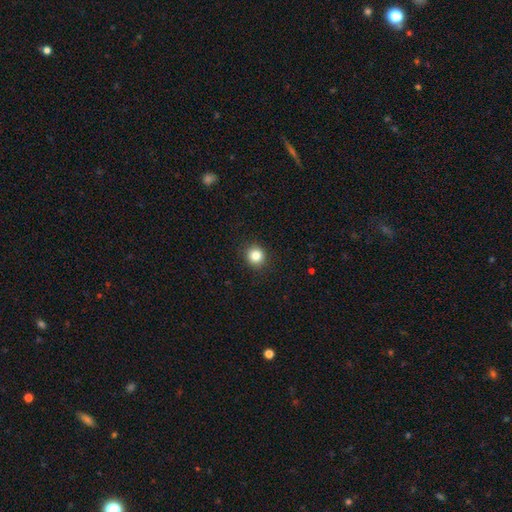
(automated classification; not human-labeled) smooth_or_featured: smooth (p=0.84) [alt: star or artifact p=0.11]
how_rounded: round (p=0.88) [alt: in between p=0.11]
merging: none (p=0.91) [alt: minor disturbance p=0.06]